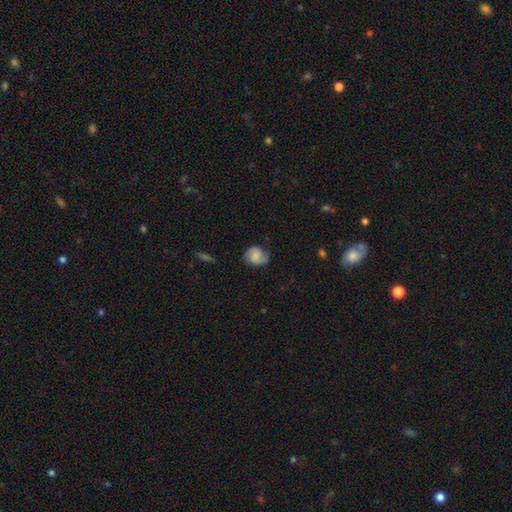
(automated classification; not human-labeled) Morphology: type=smooth (50%); merging=none (67%).